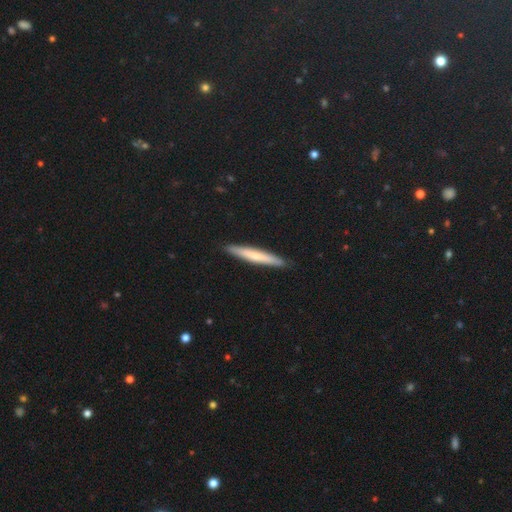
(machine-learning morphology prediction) Q: Smooth or featured?
A: smooth (60%); runner-up: featured or disk (34%)
Q: How rounded?
A: cigar-shaped (95%); runner-up: in between (4%)
Q: Merging?
A: none (92%); runner-up: minor disturbance (6%)